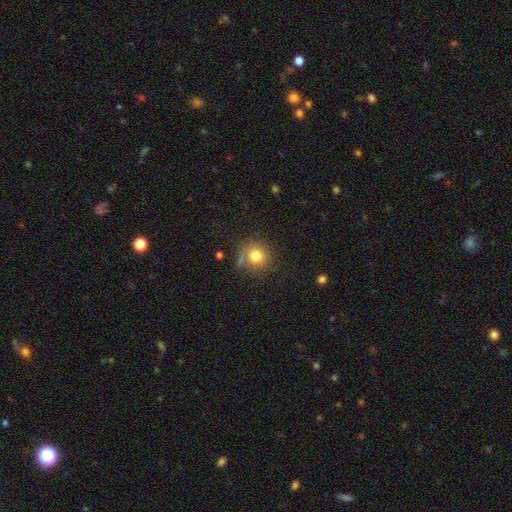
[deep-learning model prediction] smooth 79%, star or artifact 11%, featured or disk 9%. Down the decision tree: how rounded — round (90%); merging — none (71%).